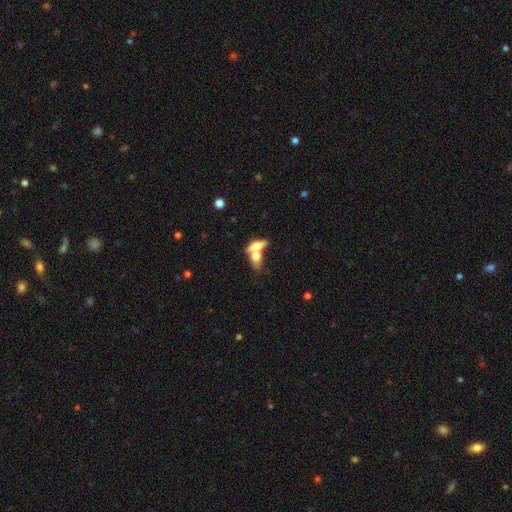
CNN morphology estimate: A smooth galaxy with no disk features (61%) that is in between round and cigar-shaped (69%).

Vote fractions:
- Smooth or featured? smooth: 61% / featured or disk: 32% / star or artifact: 7%
- How rounded? in between: 69% / cigar-shaped: 23% / round: 8%
- Merging? merger: 65% / none: 24% / minor disturbance: 7% / major disturbance: 4%